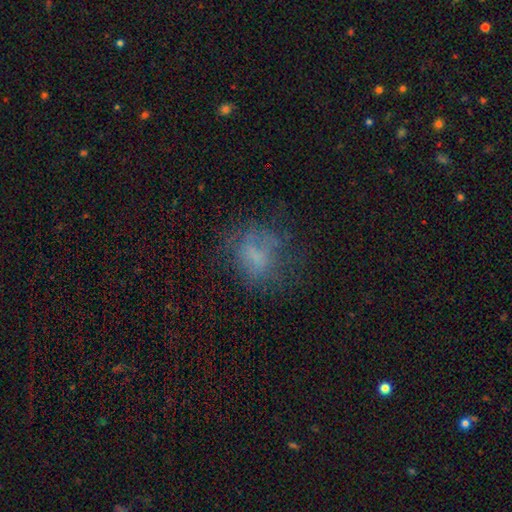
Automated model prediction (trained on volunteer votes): smooth 50%, featured or disk 30%, star or artifact 20%. Down the decision tree: merging — none (54%).